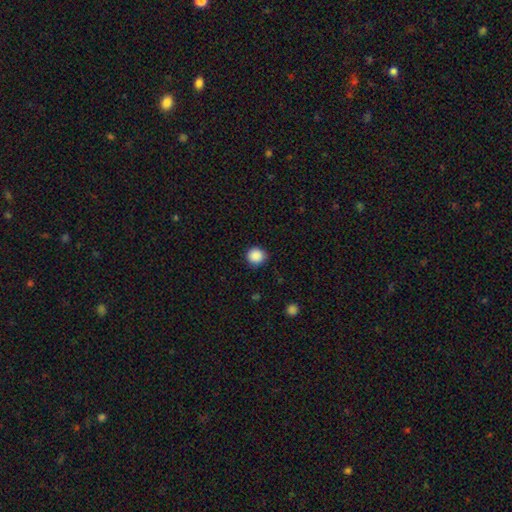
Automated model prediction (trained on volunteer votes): Smooth or featured: smooth — 88% (star or artifact — 9%)
How rounded: round — 90% (in between — 9%)
Merging: none — 87% (minor disturbance — 10%)